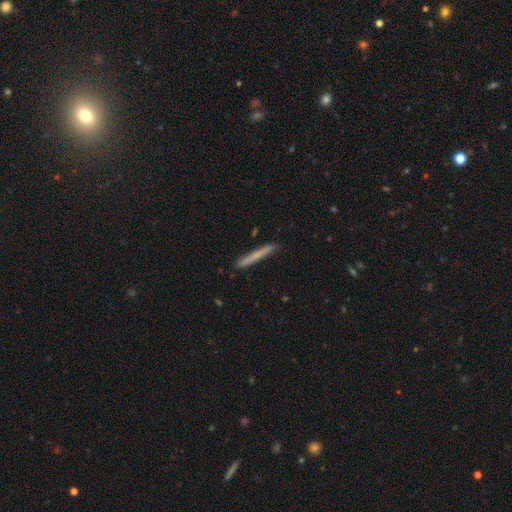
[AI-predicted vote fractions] The model was most divided on "smooth or featured": smooth: 65%, featured or disk: 29%, star or artifact: 6%. More confident: how rounded — cigar-shaped (97%); merging — none (90%).